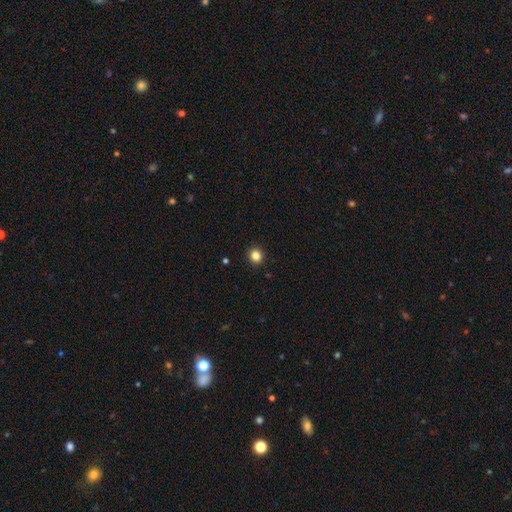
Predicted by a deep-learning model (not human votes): The model was most divided on "how rounded": round: 85%, in between: 14%, cigar-shaped: 1%. More confident: merging — none (93%); smooth or featured — smooth (84%).